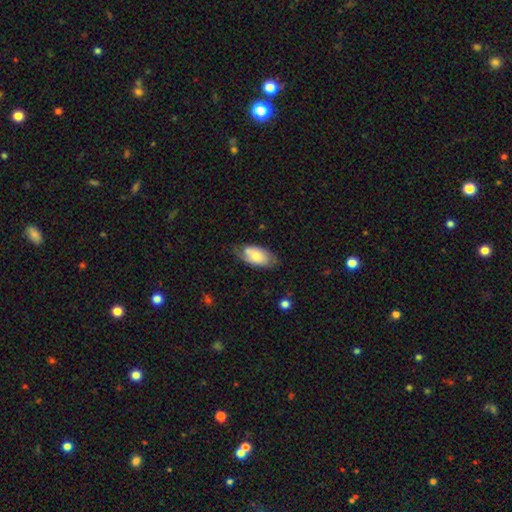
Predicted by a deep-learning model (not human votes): Smooth or featured? Predicted: smooth (p=0.54). How rounded? Predicted: in between (p=0.92). Merging? Predicted: none (p=0.63).